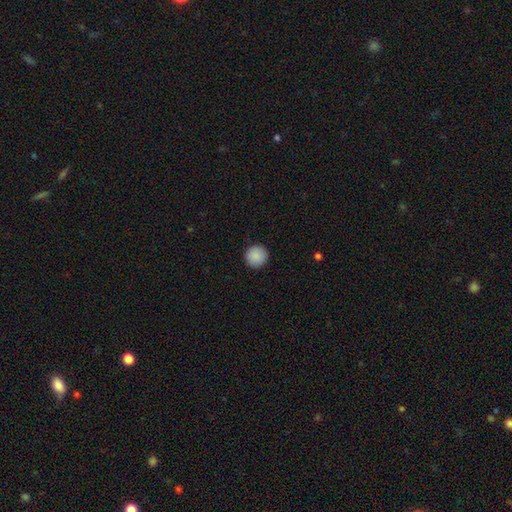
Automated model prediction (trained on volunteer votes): Overall: smooth (90%). How rounded: round (95%). Merging: none (92%).